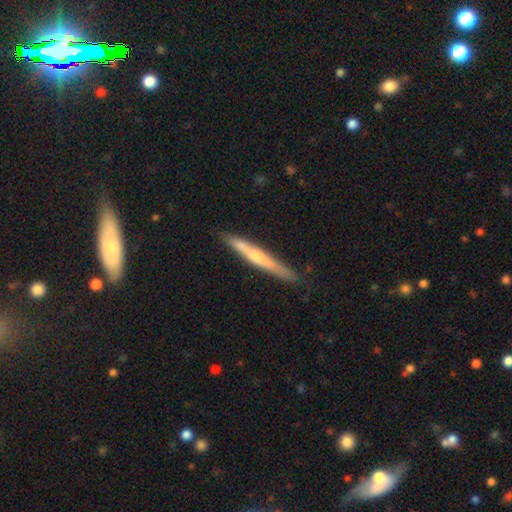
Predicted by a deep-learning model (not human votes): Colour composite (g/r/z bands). It shows a featured or disk galaxy (63%) viewed edge-on (95%) with a rounded central bulge (69%). Merging: none (83%).